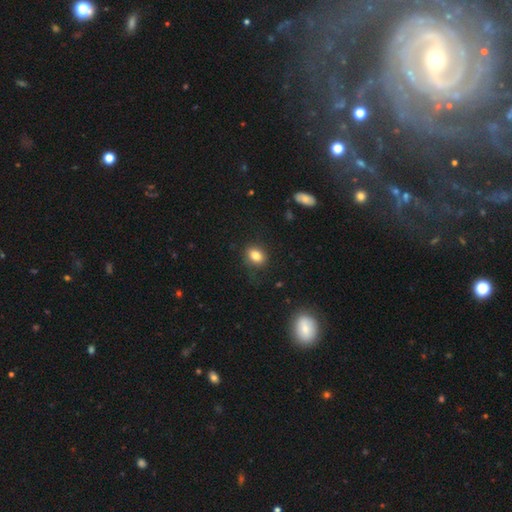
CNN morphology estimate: Smooth or featured?
  - smooth: 82% *
  - star or artifact: 10%
  - featured or disk: 7%
How rounded?
  - in between: 59% *
  - round: 40%
  - cigar-shaped: 1%
Merging?
  - none: 84% *
  - minor disturbance: 12%
  - major disturbance: 3%
  - merger: 1%